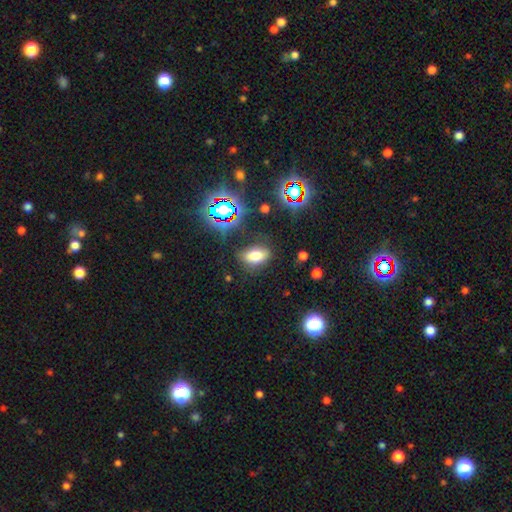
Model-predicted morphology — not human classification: A smooth galaxy with no disk features (67%) that is in between round and cigar-shaped (86%).

Vote fractions:
- Smooth or featured? smooth: 67% / star or artifact: 20% / featured or disk: 13%
- How rounded? in between: 86% / round: 11% / cigar-shaped: 4%
- Merging? none: 77% / minor disturbance: 14% / major disturbance: 5% / merger: 3%